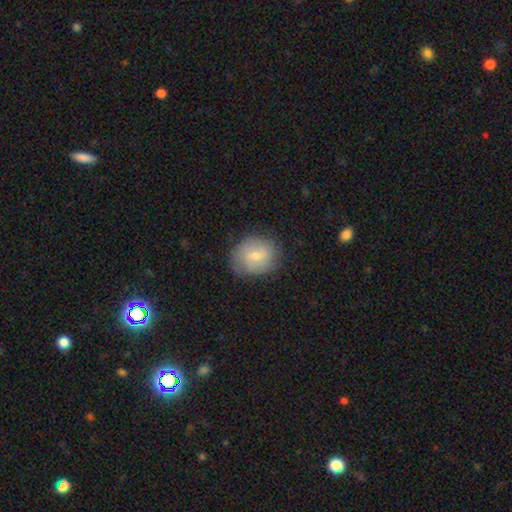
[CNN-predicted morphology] Overall: smooth (68%). How rounded: round (66%; in between 33%). Merging: none (76%).